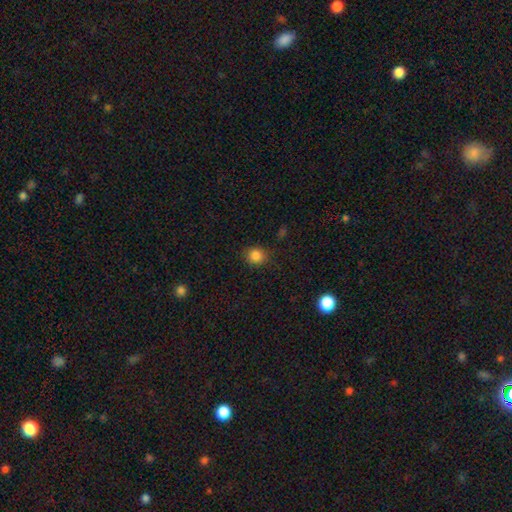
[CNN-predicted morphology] The model was most divided on "how rounded": round: 77%, in between: 22%, cigar-shaped: 1%. More confident: smooth or featured — smooth (85%); merging — none (83%).